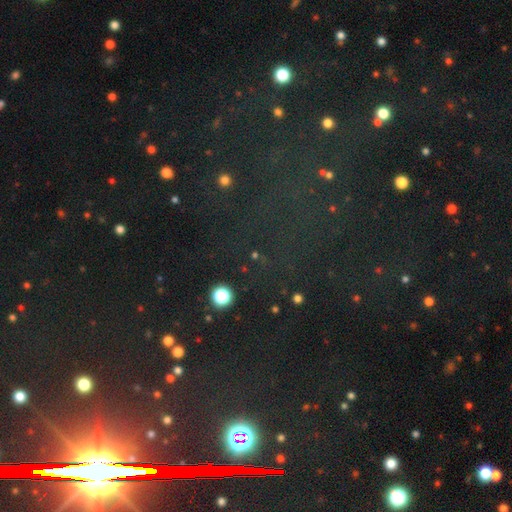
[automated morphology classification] Overall: star or artifact (57%; smooth 36%).